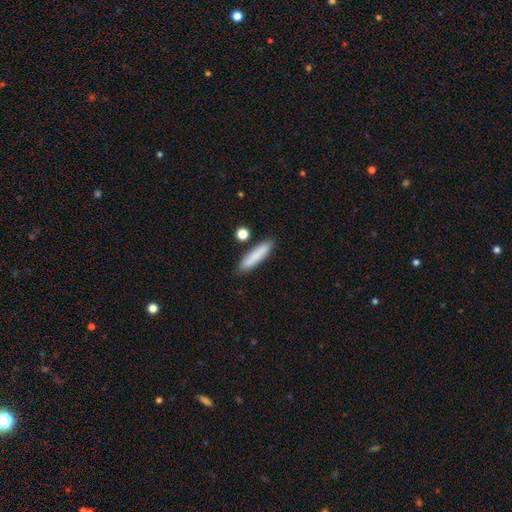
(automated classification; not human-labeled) smooth 82%, featured or disk 11%, star or artifact 7%. Down the decision tree: how rounded — cigar-shaped (81%); merging — none (84%).